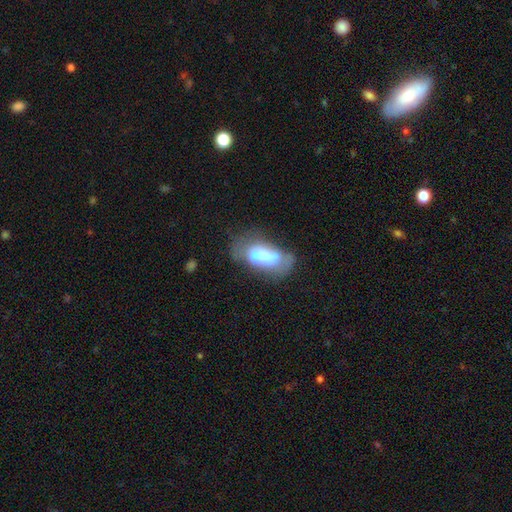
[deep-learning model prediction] A smooth galaxy with no disk features (52%) that is in between round and cigar-shaped (84%).

Vote fractions:
- Smooth or featured? smooth: 52% / featured or disk: 39% / star or artifact: 9%
- How rounded? in between: 84% / round: 10% / cigar-shaped: 6%
- Merging? merger: 51% / none: 21% / major disturbance: 15% / minor disturbance: 13%